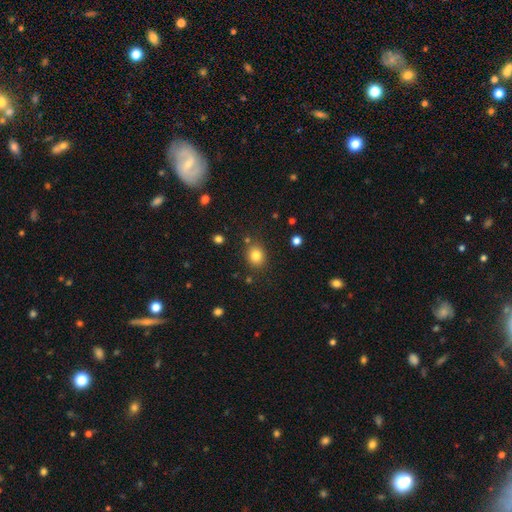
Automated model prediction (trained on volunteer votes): The model was most divided on "how rounded": round: 67%, in between: 32%, cigar-shaped: 1%. More confident: merging — none (82%); smooth or featured — smooth (82%).